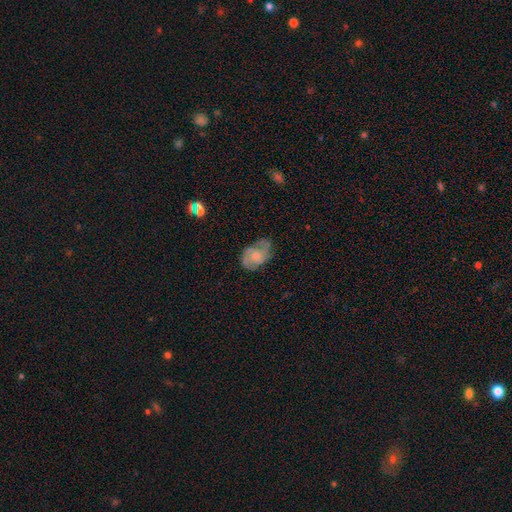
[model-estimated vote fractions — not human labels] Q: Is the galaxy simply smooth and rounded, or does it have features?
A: featured or disk — 65%.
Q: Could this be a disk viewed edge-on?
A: no — 97%.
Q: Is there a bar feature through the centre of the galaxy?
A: no — 69%.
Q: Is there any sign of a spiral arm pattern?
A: yes — 89%.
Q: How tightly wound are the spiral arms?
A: medium — 48%.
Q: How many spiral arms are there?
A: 2 — 64%.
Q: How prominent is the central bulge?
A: small — 37%.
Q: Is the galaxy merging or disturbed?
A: none — 59%.